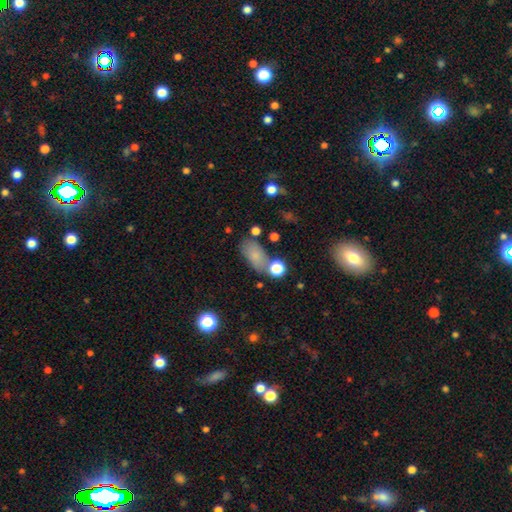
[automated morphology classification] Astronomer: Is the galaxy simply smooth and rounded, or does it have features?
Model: smooth — 75%.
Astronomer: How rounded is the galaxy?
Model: in between — 87%.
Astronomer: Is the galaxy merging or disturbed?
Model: none — 64%.